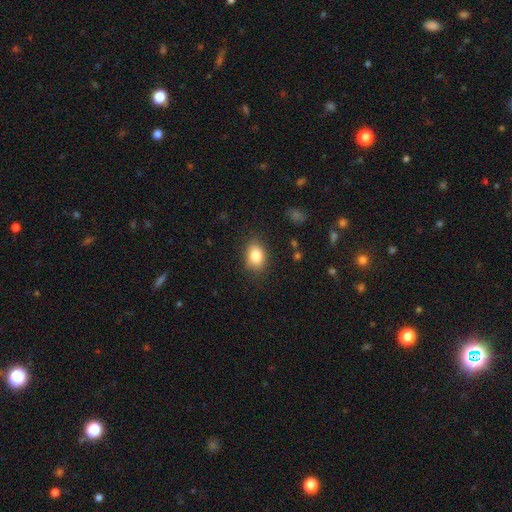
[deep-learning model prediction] Smooth or featured: smooth — 83% (star or artifact — 9%)
How rounded: in between — 77% (round — 22%)
Merging: none — 84% (minor disturbance — 12%)